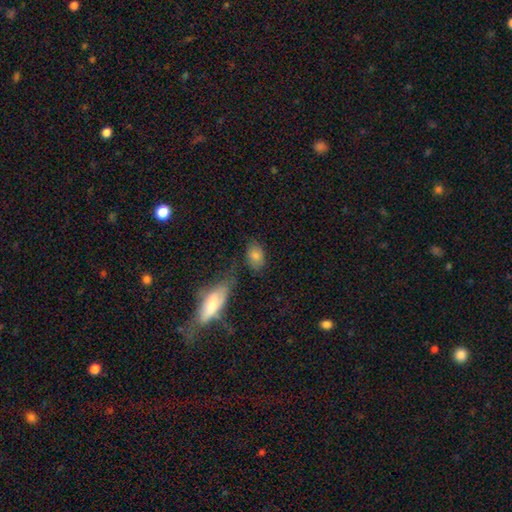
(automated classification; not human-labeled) smooth 79%, featured or disk 12%, star or artifact 9%. Down the decision tree: how rounded — in between (84%); merging — none (65%).